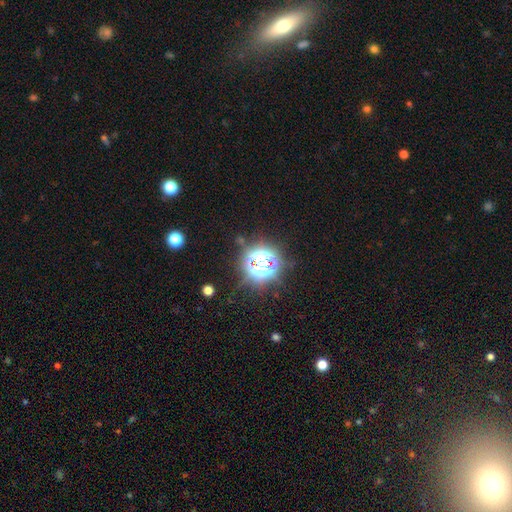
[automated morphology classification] Smooth or featured?
  - star or artifact: 80% *
  - smooth: 13%
  - featured or disk: 6%